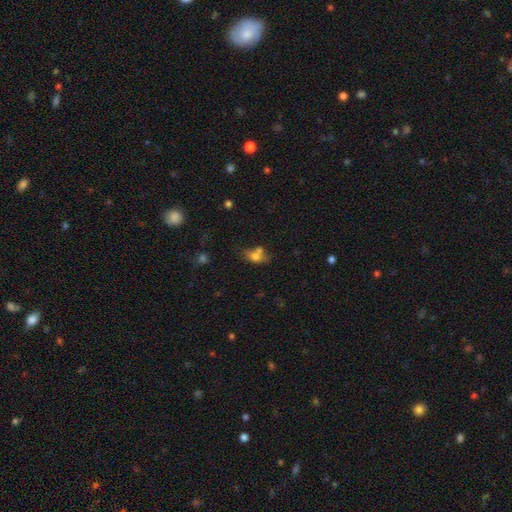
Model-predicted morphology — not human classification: Q: Smooth or featured?
A: smooth (68%); runner-up: featured or disk (20%)
Q: How rounded?
A: in between (68%); runner-up: round (28%)
Q: Merging?
A: none (39%); tied with: merger (39%)